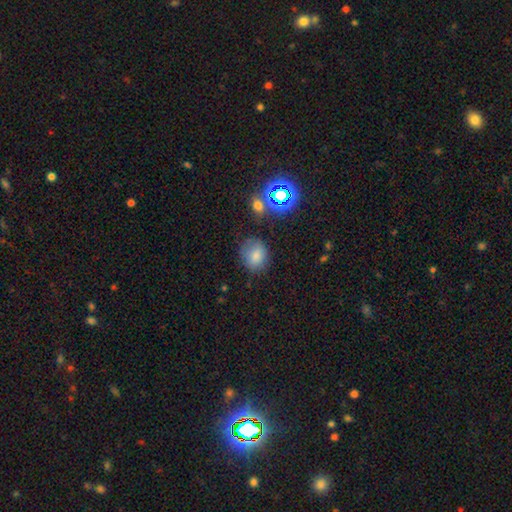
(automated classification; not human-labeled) Smooth or featured: smooth — 77% (star or artifact — 15%)
How rounded: round — 63% (in between — 36%)
Merging: none — 71% (minor disturbance — 19%)